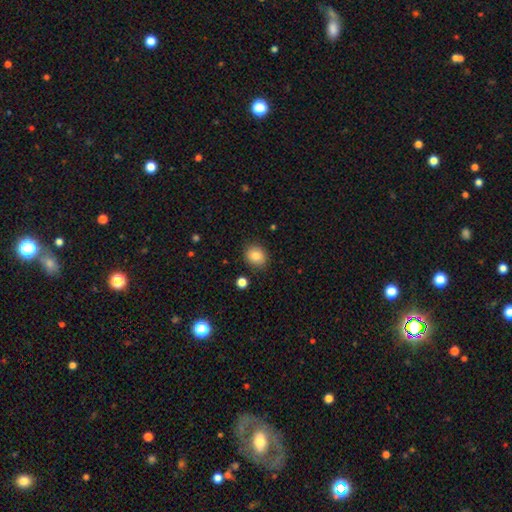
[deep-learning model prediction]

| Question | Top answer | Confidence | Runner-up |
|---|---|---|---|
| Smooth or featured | smooth | 84% | star or artifact (9%) |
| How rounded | round | 63% | in between (36%) |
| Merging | none | 86% | minor disturbance (9%) |